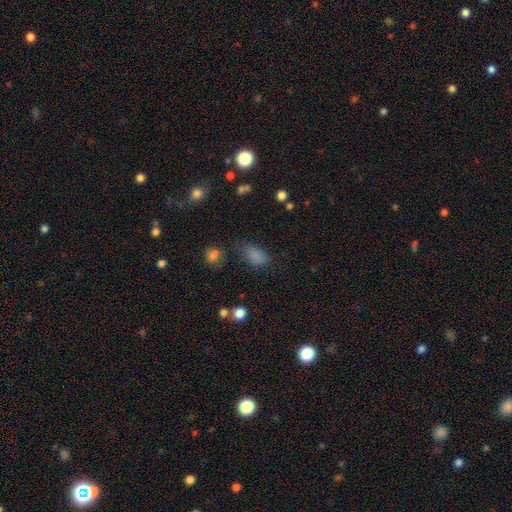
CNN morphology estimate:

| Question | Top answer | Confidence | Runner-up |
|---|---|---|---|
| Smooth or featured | smooth | 81% | star or artifact (14%) |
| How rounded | in between | 89% | round (8%) |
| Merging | none | 67% | minor disturbance (20%) |